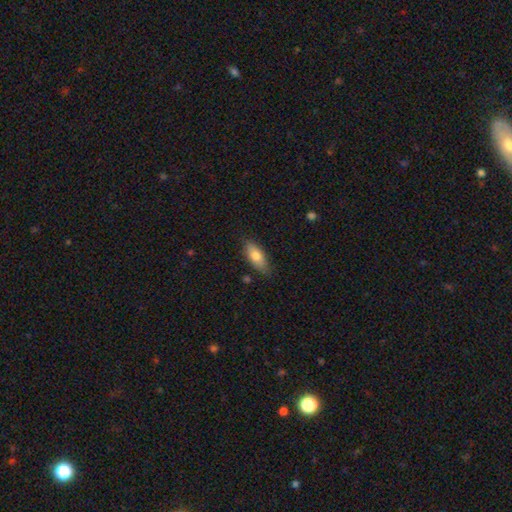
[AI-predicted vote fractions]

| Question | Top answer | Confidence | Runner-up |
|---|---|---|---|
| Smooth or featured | smooth | 78% | featured or disk (15%) |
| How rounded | in between | 80% | cigar-shaped (17%) |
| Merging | none | 82% | minor disturbance (14%) |